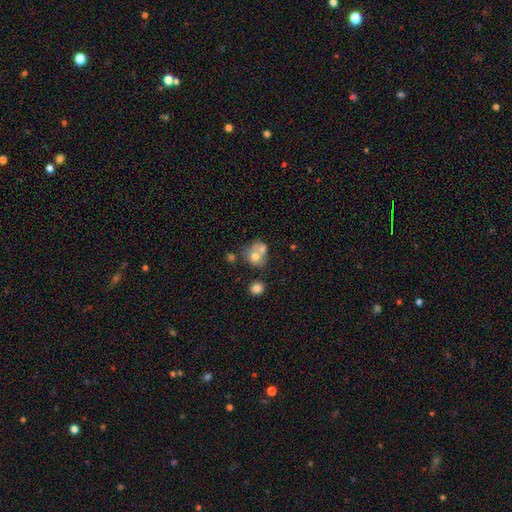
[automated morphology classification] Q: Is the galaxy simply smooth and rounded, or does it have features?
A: smooth — 65%.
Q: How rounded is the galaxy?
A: round — 68%.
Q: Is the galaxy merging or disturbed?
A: merger — 56%.